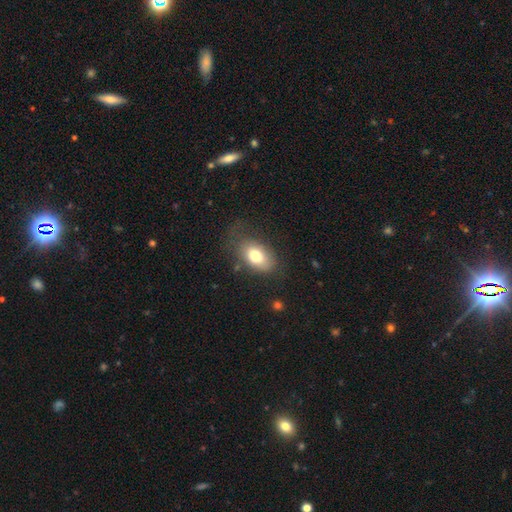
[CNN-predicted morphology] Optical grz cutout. It shows a smooth galaxy with no disk features (75%) that is in between round and cigar-shaped (87%). Merging: none (64%).